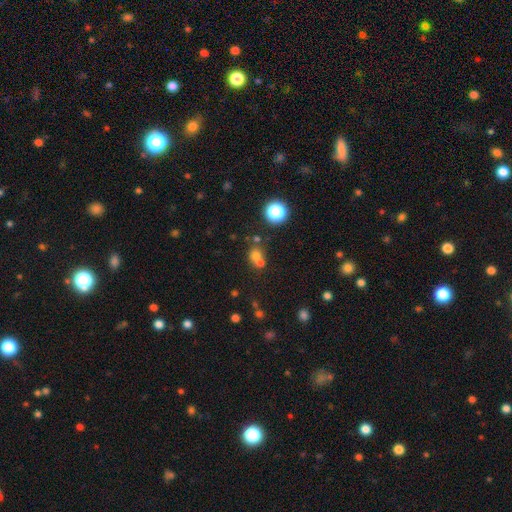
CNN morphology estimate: smooth 65%, star or artifact 22%, featured or disk 13%. Down the decision tree: how rounded — round (80%); merging — merger (46%).